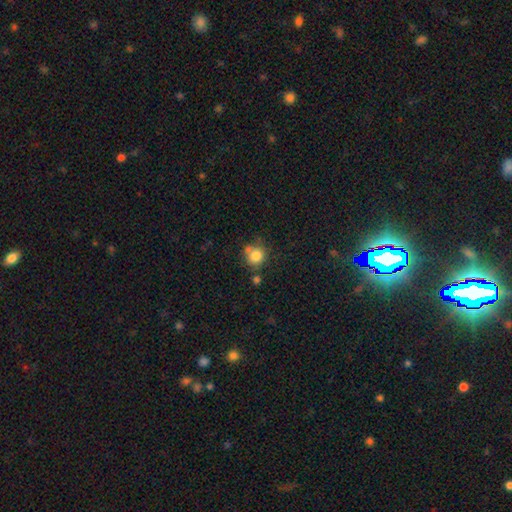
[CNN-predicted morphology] smooth-or-featured: smooth: 81% | star or artifact: 11% | featured or disk: 8%
  how-rounded: round: 85% | in between: 14% | cigar-shaped: 1%
  merging: none: 61% | merger: 18% | minor disturbance: 16% | major disturbance: 5%